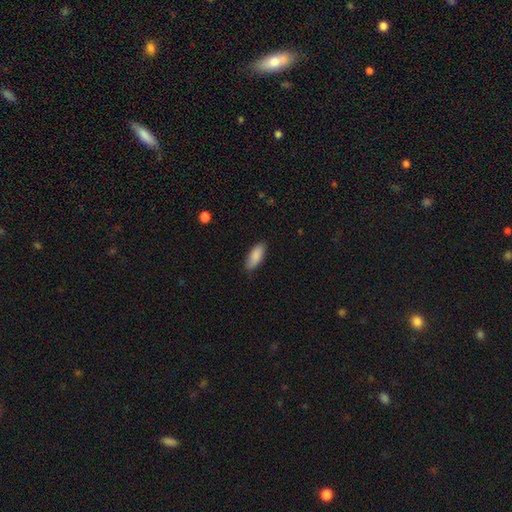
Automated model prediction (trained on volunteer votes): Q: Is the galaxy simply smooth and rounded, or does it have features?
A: smooth — 87%.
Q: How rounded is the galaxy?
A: in between — 77%.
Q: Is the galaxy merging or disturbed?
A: none — 84%.